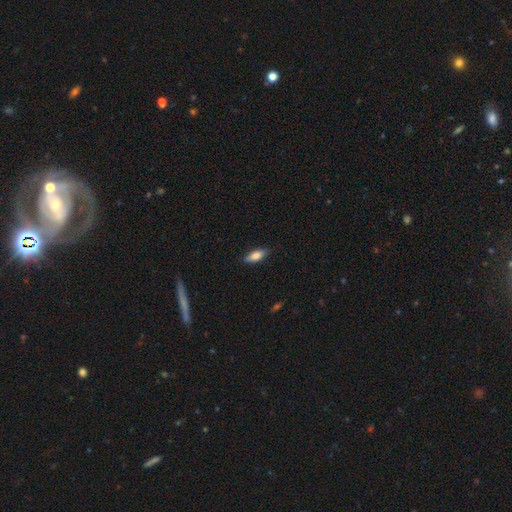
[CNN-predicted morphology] Q: Smooth or featured?
A: smooth (78%); runner-up: featured or disk (15%)
Q: How rounded?
A: in between (73%); runner-up: cigar-shaped (25%)
Q: Merging?
A: none (85%); runner-up: minor disturbance (12%)